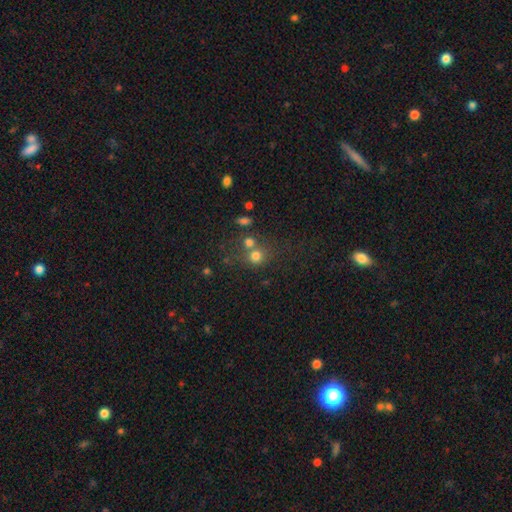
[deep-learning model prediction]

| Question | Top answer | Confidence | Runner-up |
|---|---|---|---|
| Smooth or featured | smooth | 73% | star or artifact (16%) |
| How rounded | round | 83% | in between (16%) |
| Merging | none | 49% | merger (37%) |